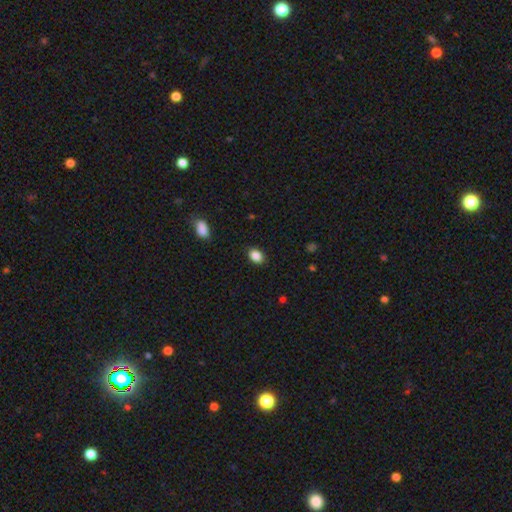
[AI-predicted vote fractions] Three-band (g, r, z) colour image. It shows a smooth galaxy with no disk features (88%) that is in between round and cigar-shaped (76%). Merging: none (88%).